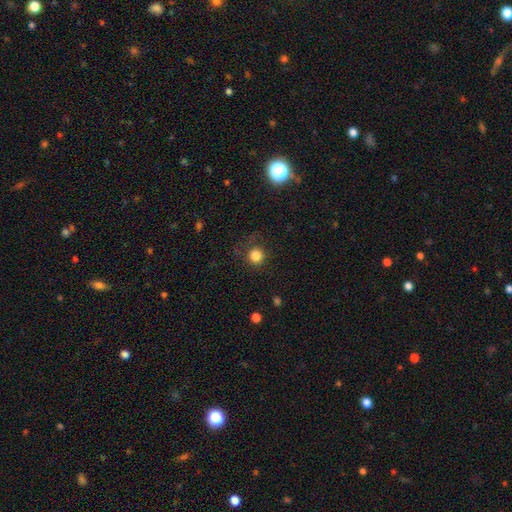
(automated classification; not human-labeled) smooth_or_featured: smooth (p=0.83) [alt: star or artifact p=0.12]
how_rounded: round (p=0.94) [alt: in between p=0.05]
merging: none (p=0.79) [alt: minor disturbance p=0.12]